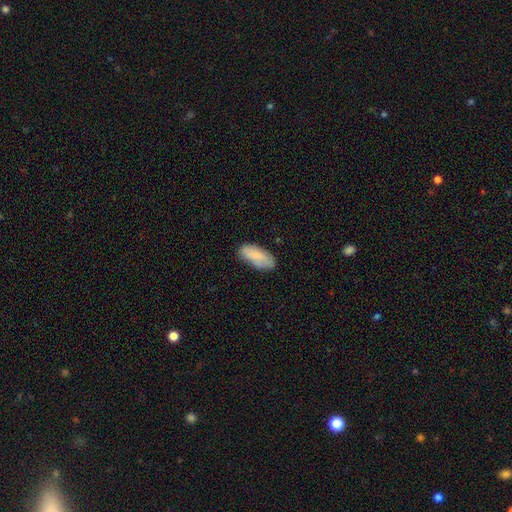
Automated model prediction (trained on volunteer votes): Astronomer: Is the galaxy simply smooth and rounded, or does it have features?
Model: smooth — 83%.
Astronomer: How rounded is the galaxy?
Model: in between — 87%.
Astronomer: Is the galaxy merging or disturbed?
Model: none — 77%.